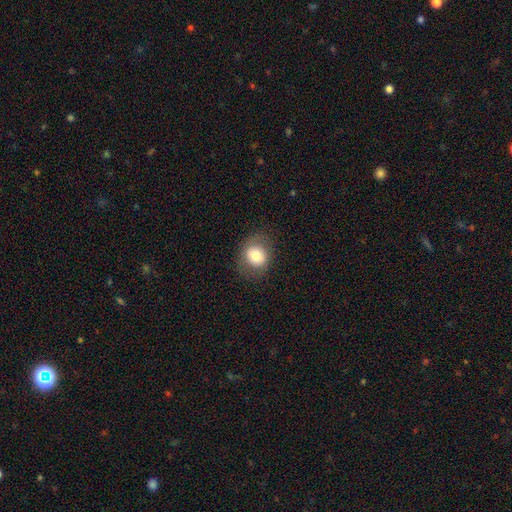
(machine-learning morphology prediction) This is likely a smooth galaxy (75%). How rounded: likely round (68%). Merging: clearly none (82%).